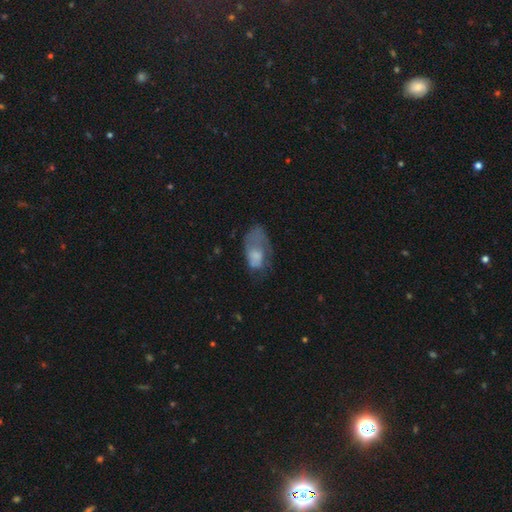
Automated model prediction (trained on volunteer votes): smooth_or_featured: smooth (p=0.55) [alt: featured or disk p=0.36]
how_rounded: in between (p=0.91) [alt: round p=0.06]
merging: major disturbance (p=0.44) [alt: none p=0.27]